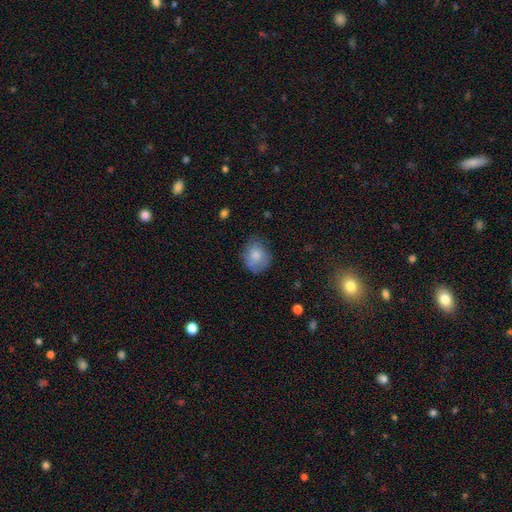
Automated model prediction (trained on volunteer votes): This appears to be a smooth galaxy with no disk features (78%) that is round (63%). Merging: none (70%).